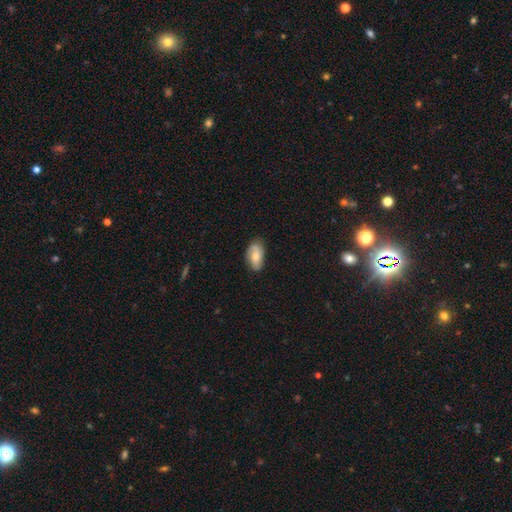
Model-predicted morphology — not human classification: smooth 63%, featured or disk 30%, star or artifact 7%. Down the decision tree: how rounded — in between (92%); merging — none (73%).